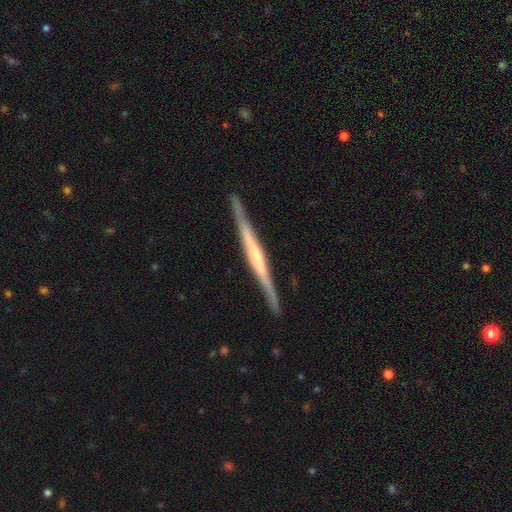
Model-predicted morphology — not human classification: Overall: featured or disk (77%). Edge-on disk: yes (98%). Edge-on bulge: rounded (44%; none 35%). Merging: none (89%).